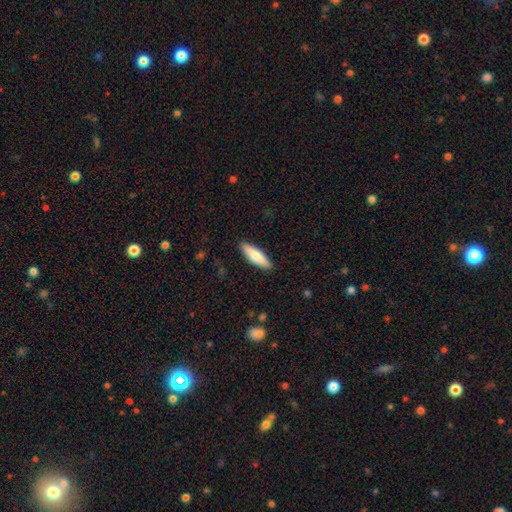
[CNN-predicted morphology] The model was most divided on "how rounded": cigar-shaped: 62%, in between: 36%, round: 2%. More confident: merging — none (89%); smooth or featured — smooth (78%).